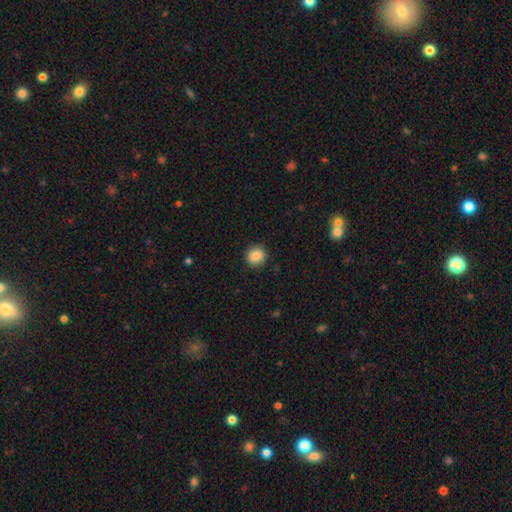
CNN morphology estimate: smooth_or_featured: smooth (p=0.87) [alt: star or artifact p=0.09]
how_rounded: round (p=0.89) [alt: in between p=0.10]
merging: none (p=0.91) [alt: minor disturbance p=0.06]